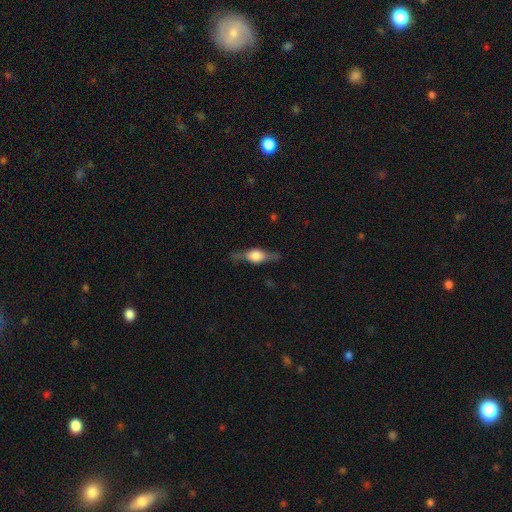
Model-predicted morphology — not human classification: This appears to be a featured or disk galaxy (62%) viewed edge-on (93%) with a rounded central bulge (86%). Merging: none (72%).